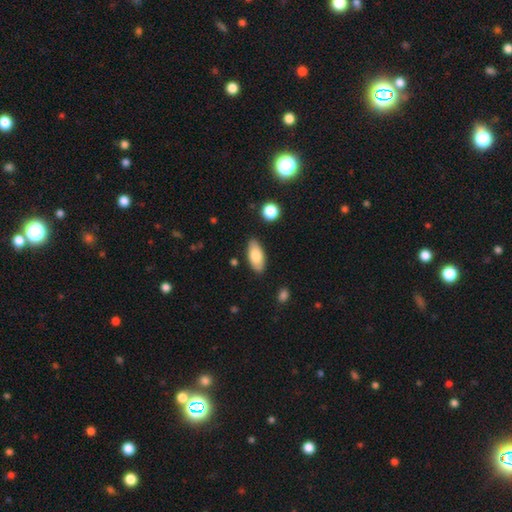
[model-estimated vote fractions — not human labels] This is likely a smooth galaxy (80%). How rounded: clearly in between (88%). Merging: clearly none (84%).